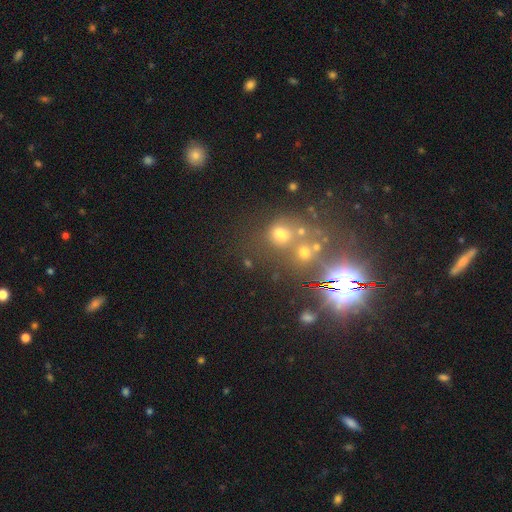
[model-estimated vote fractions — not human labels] A star or artifact, not a galaxy (63%).

Vote fractions:
- Smooth or featured? star or artifact: 63% / smooth: 27% / featured or disk: 10%